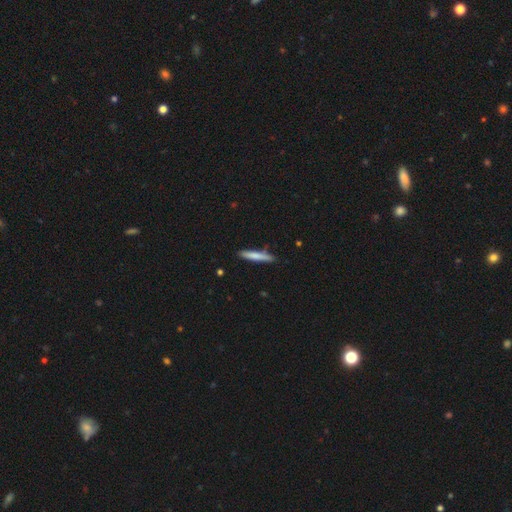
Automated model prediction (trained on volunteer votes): A smooth galaxy with no disk features (75%) that is cigar-shaped (93%). Merging: none (84%).